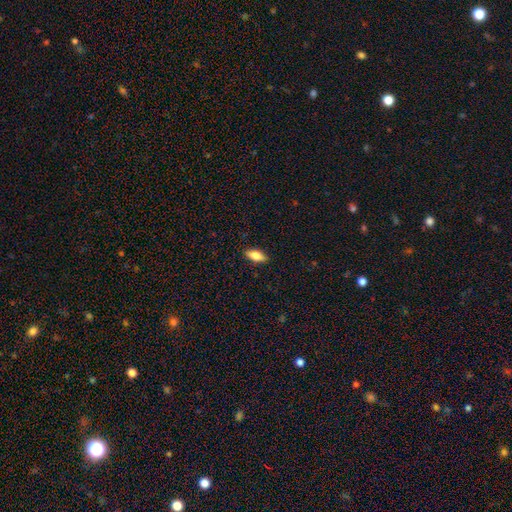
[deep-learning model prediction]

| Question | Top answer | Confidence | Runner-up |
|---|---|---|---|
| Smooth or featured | smooth | 78% | featured or disk (15%) |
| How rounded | in between | 83% | cigar-shaped (14%) |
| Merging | none | 88% | minor disturbance (9%) |